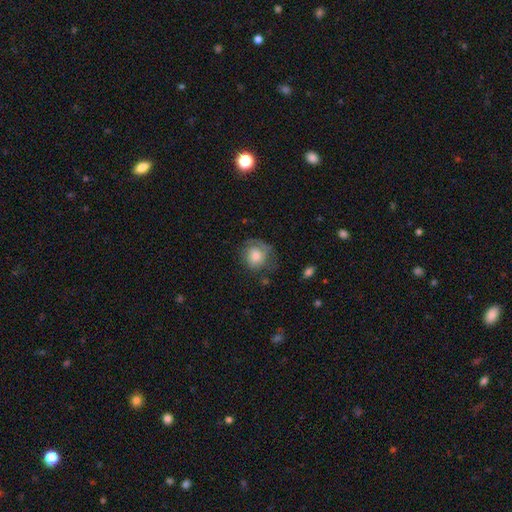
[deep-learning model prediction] Smooth or featured: smooth — 66% (featured or disk — 26%)
How rounded: round — 77% (in between — 22%)
Merging: none — 55% (minor disturbance — 26%)